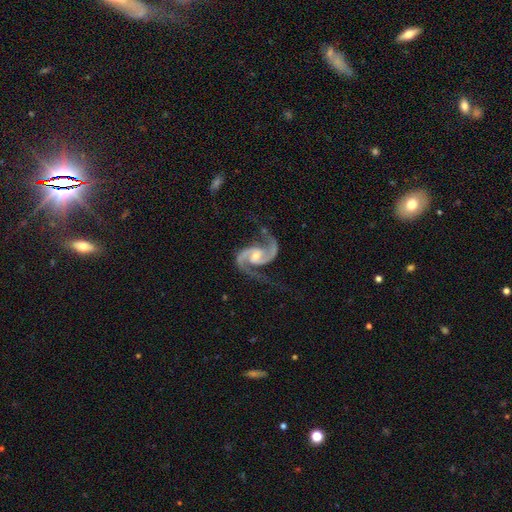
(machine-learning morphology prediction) Smooth or featured? featured or disk (94%)
Edge-on disk? no (98%)
Bar? no (46%)
Spiral arms? yes (99%)
Spiral winding? medium (58%)
Spiral arm count? 2 (95%)
Bulge size? moderate (51%)
Merging? none (66%)